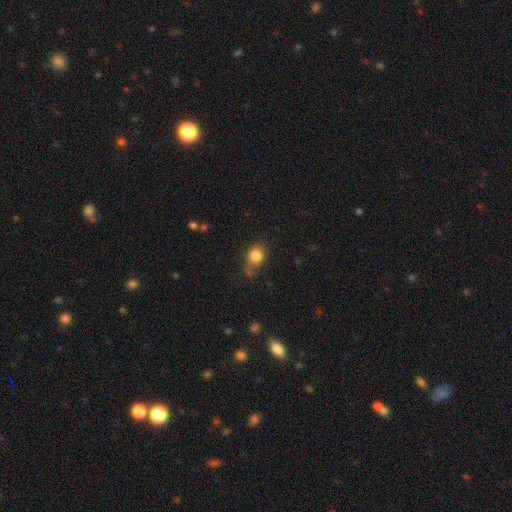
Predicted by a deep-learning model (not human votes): Smooth or featured?
  - smooth: 82% *
  - star or artifact: 11%
  - featured or disk: 7%
How rounded?
  - round: 59% *
  - in between: 40%
  - cigar-shaped: 1%
Merging?
  - none: 63% *
  - minor disturbance: 22%
  - merger: 8%
  - major disturbance: 6%